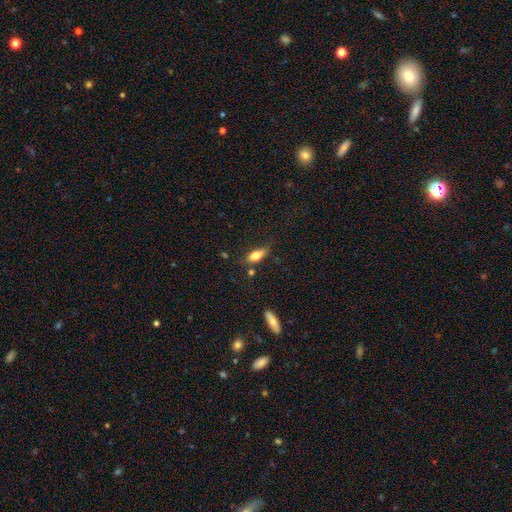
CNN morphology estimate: The model was most divided on "merging": none: 65%, minor disturbance: 23%, major disturbance: 7%, merger: 6%. More confident: smooth or featured — smooth (73%); how rounded — in between (73%).